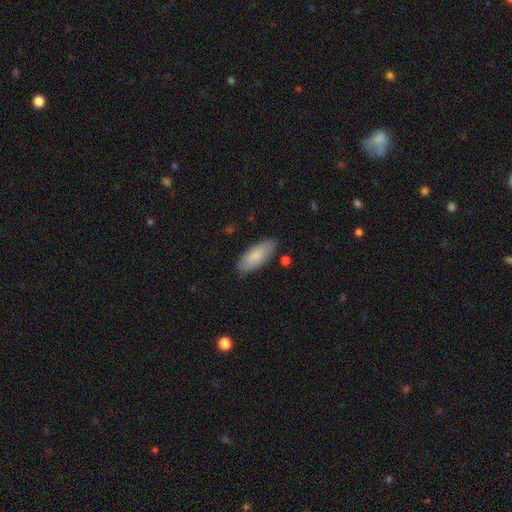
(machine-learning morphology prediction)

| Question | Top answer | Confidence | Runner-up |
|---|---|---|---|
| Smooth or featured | smooth | 85% | featured or disk (10%) |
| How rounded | in between | 83% | cigar-shaped (16%) |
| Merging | none | 84% | minor disturbance (11%) |